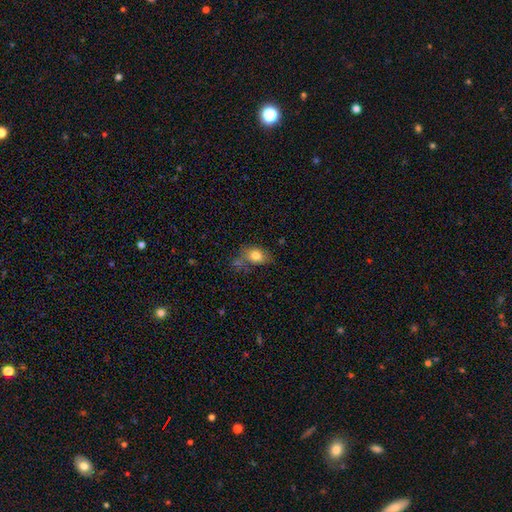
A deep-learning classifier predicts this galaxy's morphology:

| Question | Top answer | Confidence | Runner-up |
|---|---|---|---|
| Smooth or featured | smooth | 80% | featured or disk (11%) |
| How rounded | in between | 67% | round (32%) |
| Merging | none | 51% | minor disturbance (25%) |